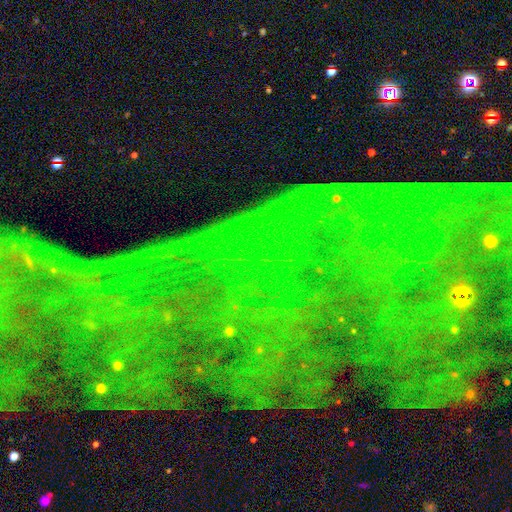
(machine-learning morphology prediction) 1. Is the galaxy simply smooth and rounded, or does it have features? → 85% star or artifact, 8% featured or disk, 7% smooth.